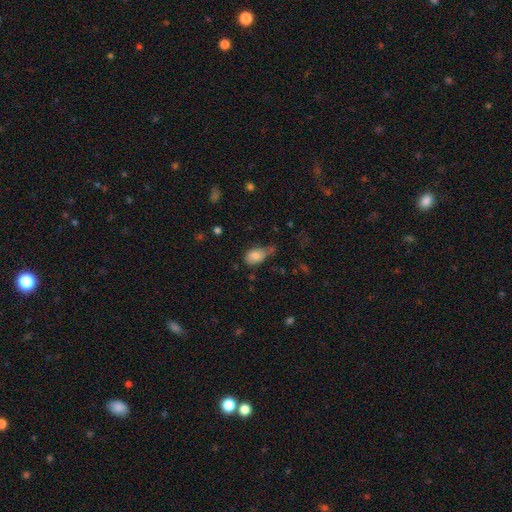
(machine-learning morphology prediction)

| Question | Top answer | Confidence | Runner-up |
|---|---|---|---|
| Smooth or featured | smooth | 80% | featured or disk (11%) |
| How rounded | in between | 85% | round (13%) |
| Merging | none | 39% | tied: minor disturbance (39%) |